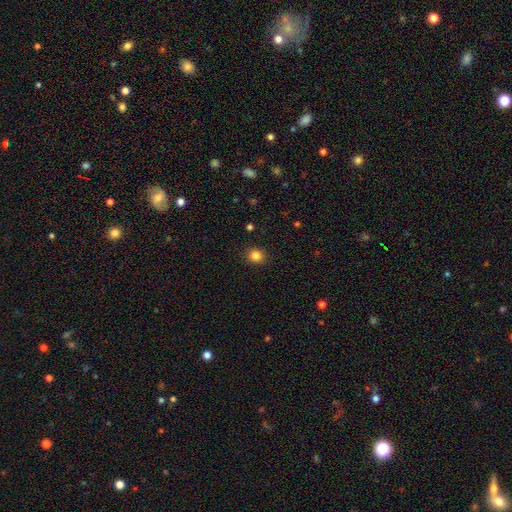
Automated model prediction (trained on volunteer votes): A smooth galaxy with no disk features (84%) that is round (79%). Merging: none (90%).